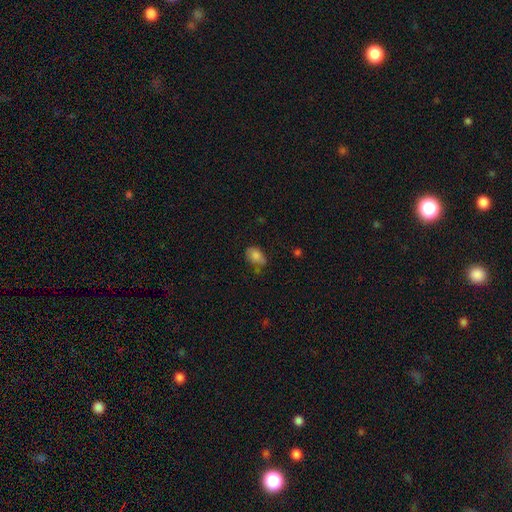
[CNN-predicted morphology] smooth 83%, star or artifact 9%, featured or disk 8%. Down the decision tree: how rounded — in between (85%); merging — none (55%).